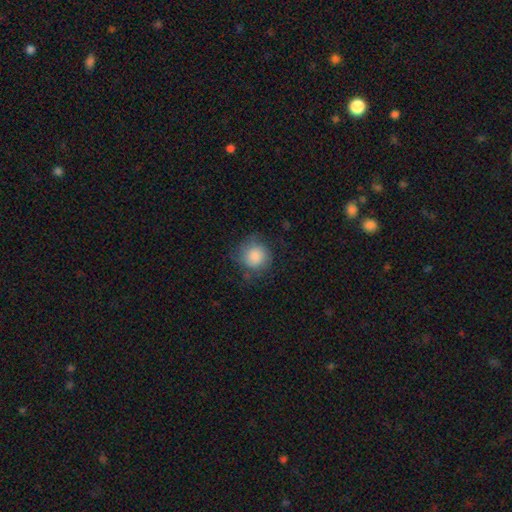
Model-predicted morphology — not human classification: Smooth or featured? Predicted: smooth (p=0.81). How rounded? Predicted: round (p=0.89). Merging? Predicted: none (p=0.66).